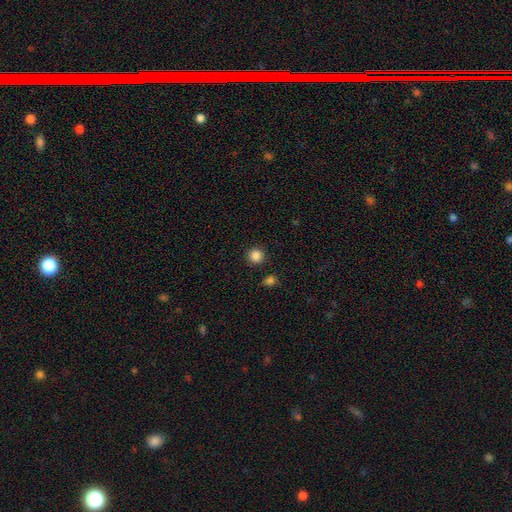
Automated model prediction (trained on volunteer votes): Smooth or featured?
  - smooth: 86% *
  - star or artifact: 11%
  - featured or disk: 3%
How rounded?
  - round: 95% *
  - in between: 4%
  - cigar-shaped: 1%
Merging?
  - none: 90% *
  - minor disturbance: 5%
  - merger: 2%
  - major disturbance: 2%